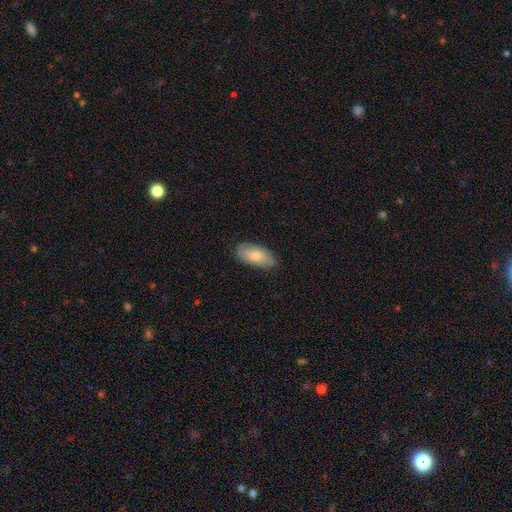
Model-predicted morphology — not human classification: Smooth or featured? smooth (63%)
How rounded? in between (92%)
Merging? none (80%)